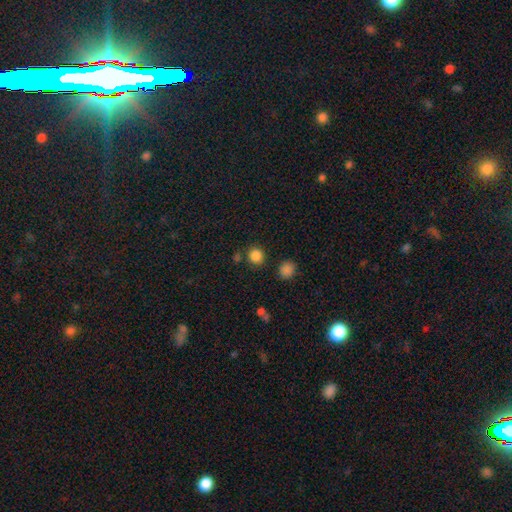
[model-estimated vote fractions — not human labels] The model was most divided on "smooth or featured": smooth: 84%, star or artifact: 13%, featured or disk: 4%. More confident: how rounded — round (90%); merging — none (82%).